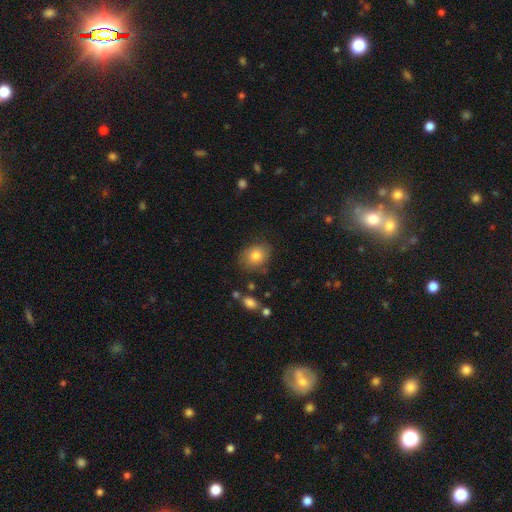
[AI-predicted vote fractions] Overall: smooth (80%). How rounded: round (50%; in between 49%). Merging: none (77%).